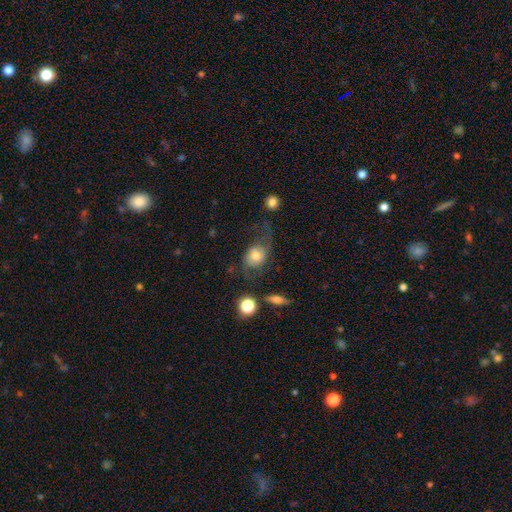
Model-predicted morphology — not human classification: A smooth galaxy with no disk features (45%, tied with featured or disk). Merging: none (41%).